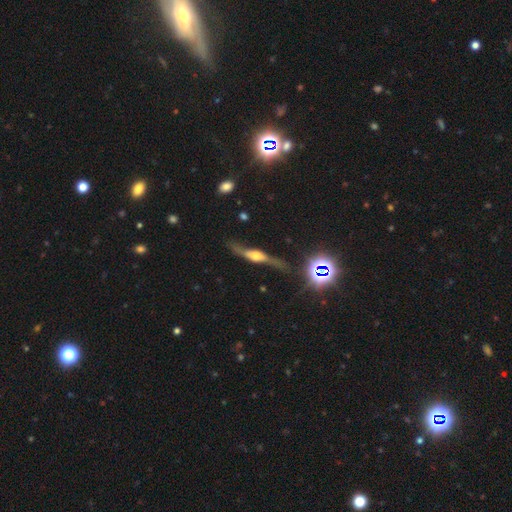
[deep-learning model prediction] Smooth or featured?
  - featured or disk: 76% *
  - smooth: 16%
  - star or artifact: 8%
Edge-on disk?
  - yes: 82% *
  - no: 18%
Edge-on bulge?
  - rounded: 87% *
  - boxy: 10%
  - none: 3%
Merging?
  - none: 66% *
  - minor disturbance: 20%
  - major disturbance: 10%
  - merger: 3%